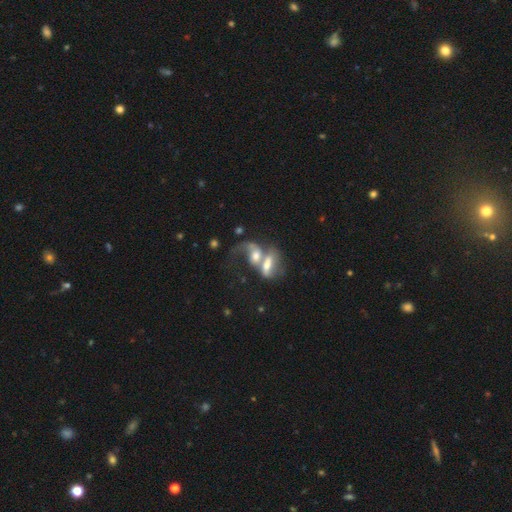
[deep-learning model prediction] Q: Smooth or featured?
A: featured or disk (53%); runner-up: smooth (38%)
Q: Edge-on disk?
A: no (91%); runner-up: yes (9%)
Q: Merging?
A: merger (75%); runner-up: major disturbance (12%)